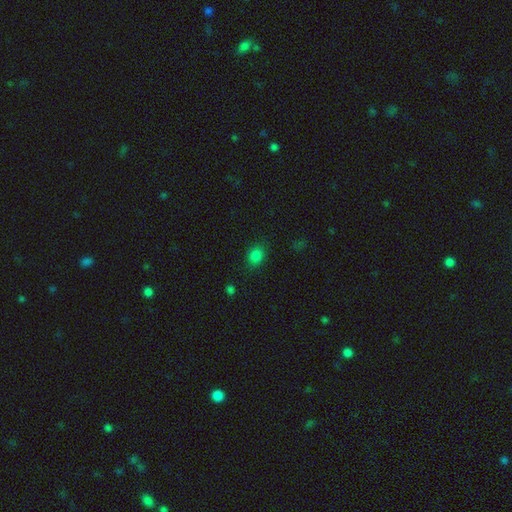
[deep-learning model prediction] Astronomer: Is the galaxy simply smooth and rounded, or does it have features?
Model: smooth — 82%.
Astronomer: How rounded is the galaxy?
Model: in between — 53% (runner-up: round, 46%).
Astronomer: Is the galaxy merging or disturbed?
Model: none — 84%.